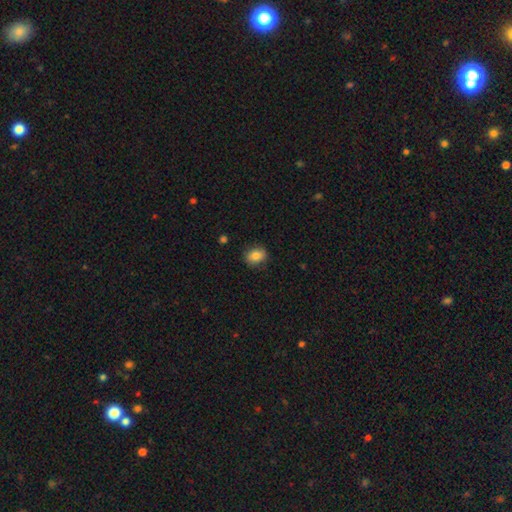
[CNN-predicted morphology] A smooth galaxy with no disk features (84%) that is in between round and cigar-shaped (57%).

Vote fractions:
- Smooth or featured? smooth: 84% / star or artifact: 9% / featured or disk: 7%
- How rounded? in between: 57% / round: 42% / cigar-shaped: 1%
- Merging? none: 86% / minor disturbance: 10% / major disturbance: 2% / merger: 1%